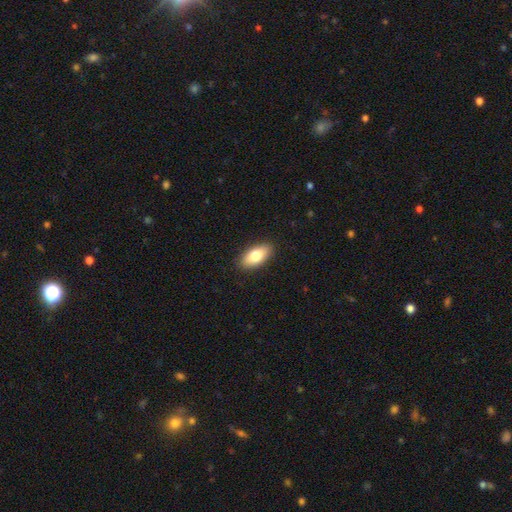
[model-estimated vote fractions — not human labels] Overall: smooth (78%). How rounded: in between (90%). Merging: none (89%).